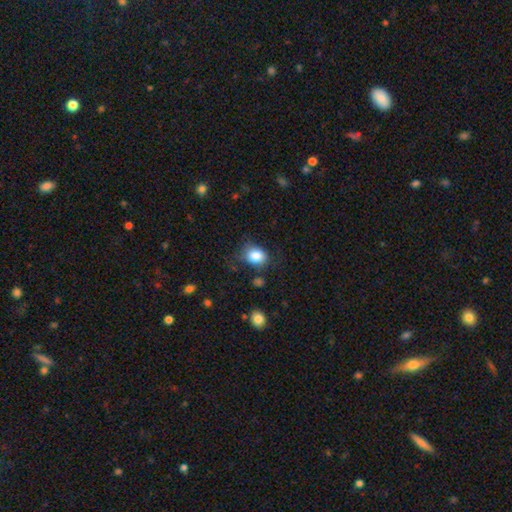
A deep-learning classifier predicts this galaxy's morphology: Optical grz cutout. It shows a smooth galaxy with no disk features (85%) that is in between round and cigar-shaped (56%). Merging: none (70%).